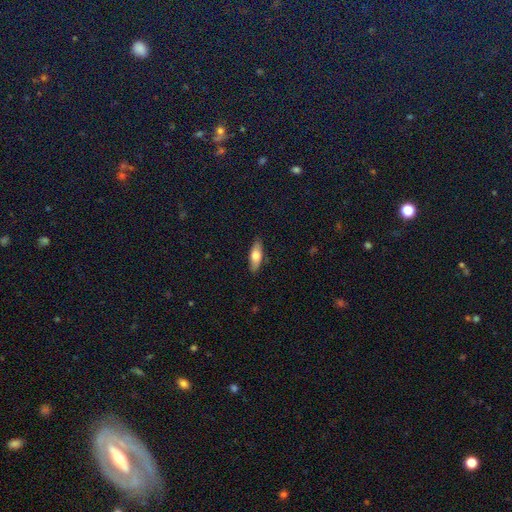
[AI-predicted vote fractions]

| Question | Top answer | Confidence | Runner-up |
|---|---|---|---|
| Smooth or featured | smooth | 67% | featured or disk (27%) |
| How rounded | in between | 63% | cigar-shaped (34%) |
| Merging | none | 87% | minor disturbance (10%) |